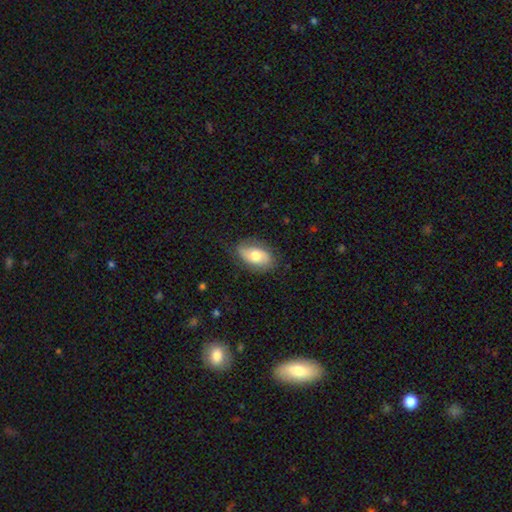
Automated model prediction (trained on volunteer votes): Morphology: type=smooth (59%); roundness=in between (90%); merging=none (75%).